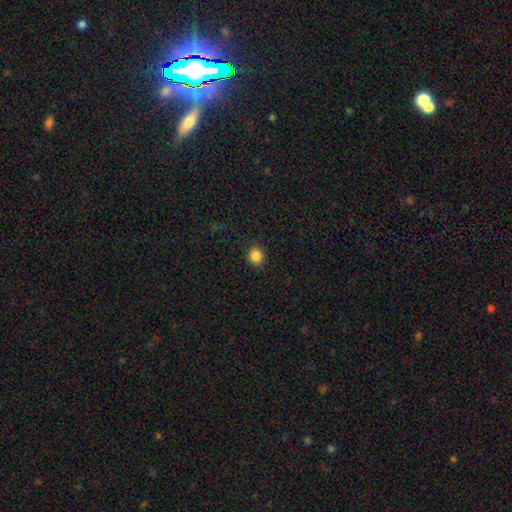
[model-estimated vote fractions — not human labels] Smooth or featured: smooth — 86% (star or artifact — 10%)
How rounded: round — 82% (in between — 17%)
Merging: none — 92% (minor disturbance — 6%)